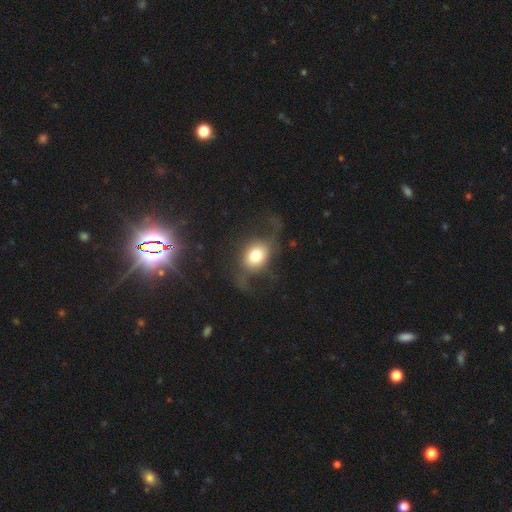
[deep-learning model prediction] Q: Smooth or featured?
A: smooth (58%); runner-up: featured or disk (32%)
Q: How rounded?
A: round (52%); runner-up: in between (47%)
Q: Merging?
A: none (43%); runner-up: major disturbance (36%)